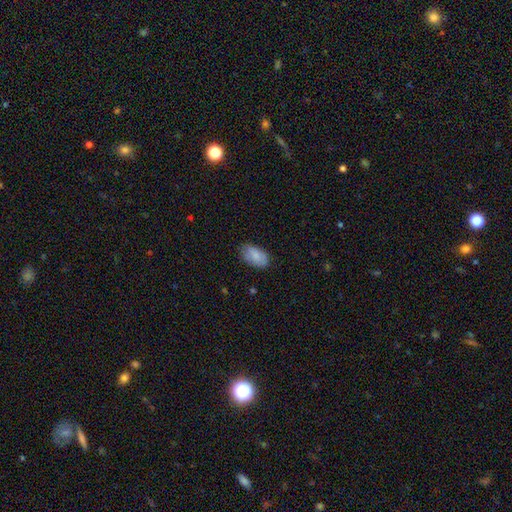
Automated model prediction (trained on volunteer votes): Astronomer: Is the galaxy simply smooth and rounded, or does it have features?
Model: smooth — 82%.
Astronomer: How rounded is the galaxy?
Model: in between — 93%.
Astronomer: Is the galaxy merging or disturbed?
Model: none — 75%.